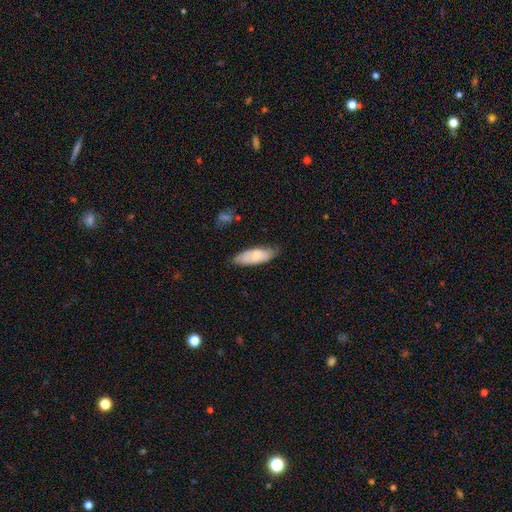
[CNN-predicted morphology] A smooth galaxy with no disk features (72%) that is in between round and cigar-shaped (74%).

Vote fractions:
- Smooth or featured? smooth: 72% / featured or disk: 22% / star or artifact: 6%
- How rounded? in between: 74% / cigar-shaped: 24% / round: 2%
- Merging? none: 71% / minor disturbance: 23% / major disturbance: 4% / merger: 2%